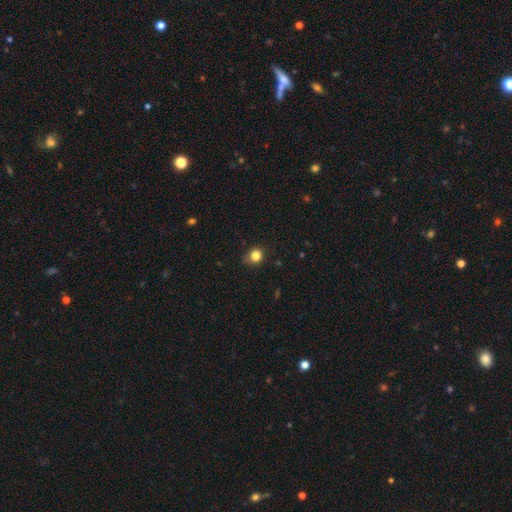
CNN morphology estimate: Smooth or featured: smooth — 83% (star or artifact — 12%)
How rounded: round — 77% (in between — 22%)
Merging: none — 74% (minor disturbance — 20%)